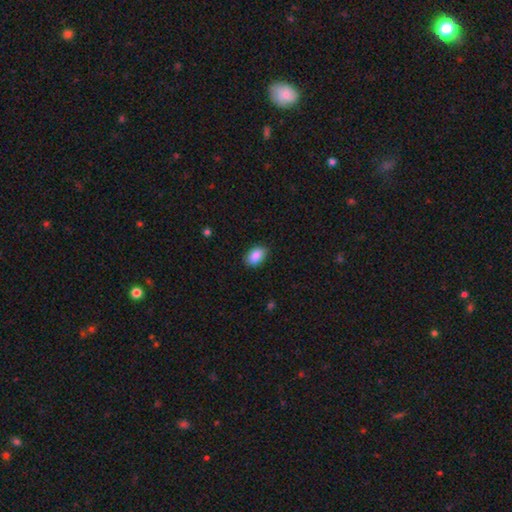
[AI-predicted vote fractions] smooth-or-featured: smooth: 89% | star or artifact: 7% | featured or disk: 4%
  how-rounded: in between: 89% | round: 9% | cigar-shaped: 1%
  merging: none: 86% | minor disturbance: 11% | major disturbance: 2% | merger: 1%